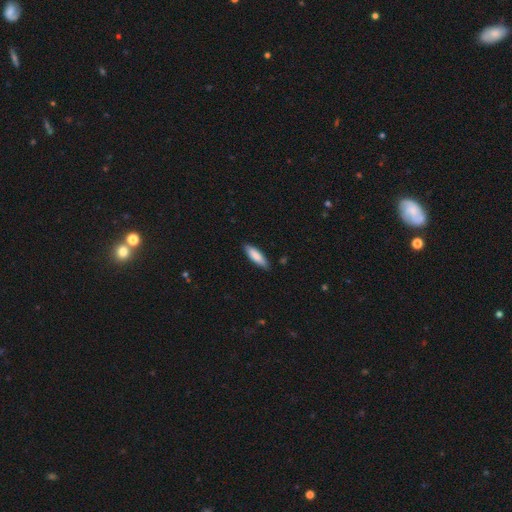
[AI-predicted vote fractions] smooth-or-featured: smooth: 84% | featured or disk: 11% | star or artifact: 5%
  how-rounded: cigar-shaped: 59% | in between: 40% | round: 1%
  merging: none: 86% | minor disturbance: 11% | major disturbance: 2% | merger: 1%